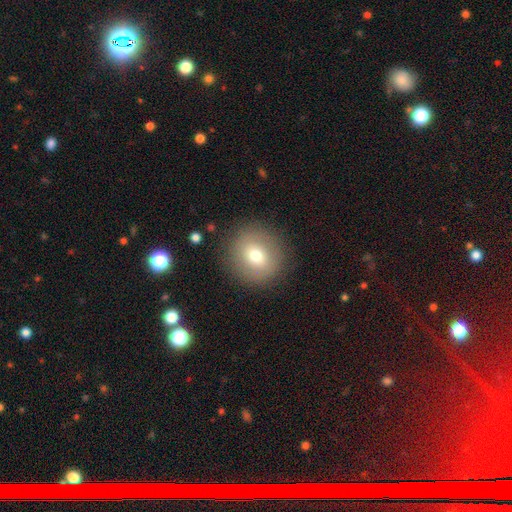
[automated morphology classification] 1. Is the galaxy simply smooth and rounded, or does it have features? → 69% smooth, 20% featured or disk, 11% star or artifact.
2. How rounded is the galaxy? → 90% round, 9% in between, 1% cigar-shaped.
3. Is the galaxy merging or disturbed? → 87% none, 8% minor disturbance, 4% major disturbance, 1% merger.